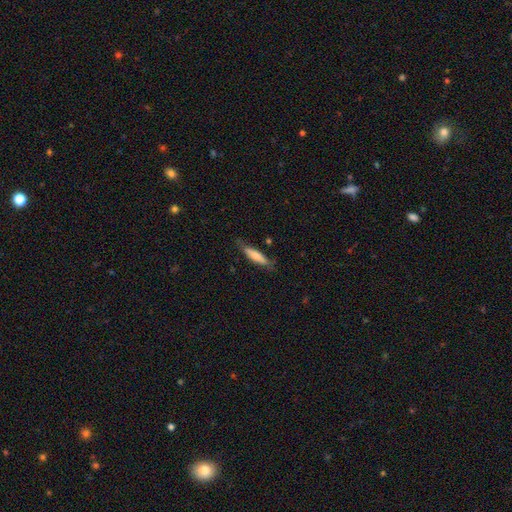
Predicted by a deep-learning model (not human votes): Smooth or featured: smooth — 72% (featured or disk — 22%)
How rounded: cigar-shaped — 75% (in between — 24%)
Merging: none — 74% (minor disturbance — 20%)